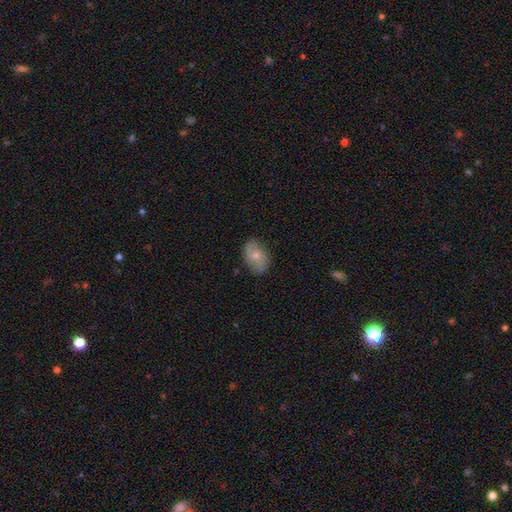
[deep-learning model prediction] Q: Smooth or featured?
A: smooth (62%); runner-up: featured or disk (32%)
Q: How rounded?
A: in between (85%); runner-up: round (14%)
Q: Merging?
A: none (80%); runner-up: minor disturbance (16%)